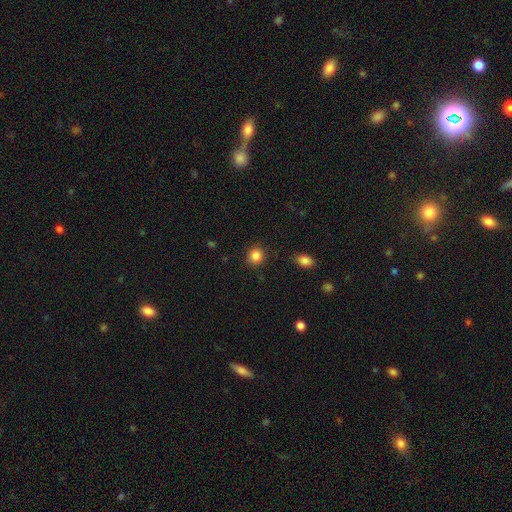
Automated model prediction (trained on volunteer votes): smooth-or-featured: smooth: 86% | star or artifact: 10% | featured or disk: 4%
  how-rounded: round: 86% | in between: 13% | cigar-shaped: 1%
  merging: none: 88% | minor disturbance: 8% | major disturbance: 2% | merger: 2%